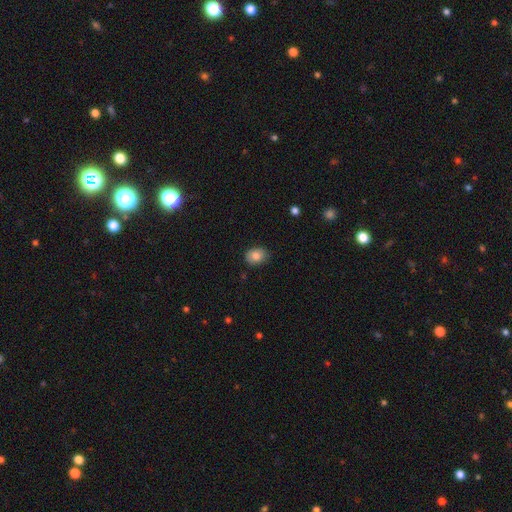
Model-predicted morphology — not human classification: smooth_or_featured: smooth (p=0.83) [alt: star or artifact p=0.09]
how_rounded: in between (p=0.63) [alt: round p=0.36]
merging: none (p=0.83) [alt: minor disturbance p=0.13]